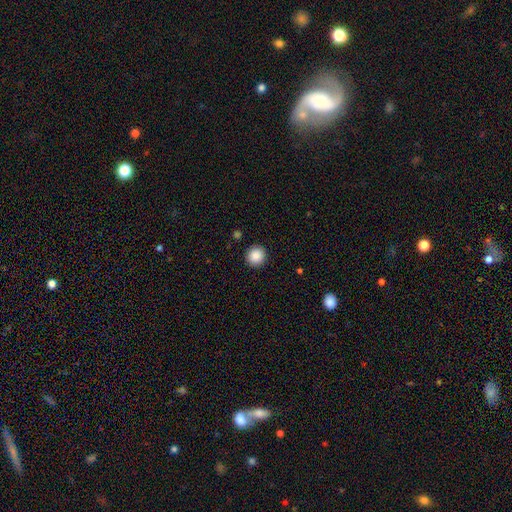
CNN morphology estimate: This appears to be a smooth galaxy with no disk features (88%) that is round (93%). Merging: none (91%).